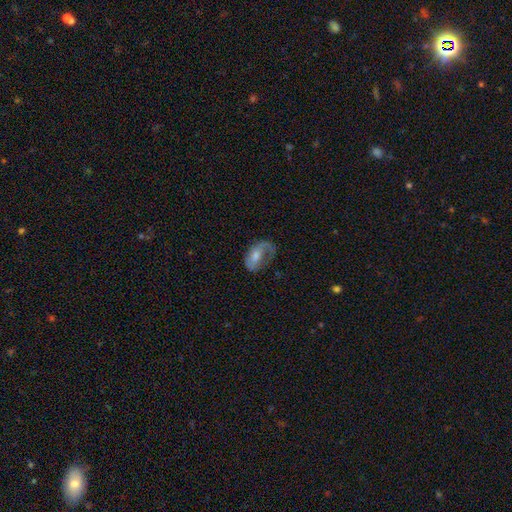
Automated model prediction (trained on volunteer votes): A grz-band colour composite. It shows a featured or disk galaxy (67%) with no bar (51%), 1 (50%) medium (39%) spiral arms (80%) and a moderate central bulge (52%). Merging: none (49%).